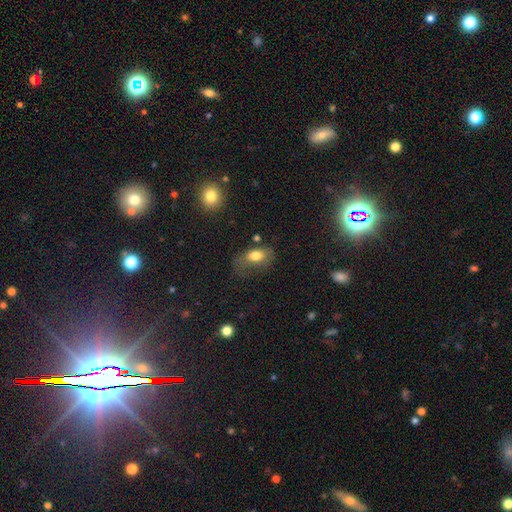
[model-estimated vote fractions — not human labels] The model was most divided on "merging": none: 39%, major disturbance: 29%, minor disturbance: 28%, merger: 4%. More confident: how rounded — in between (86%); smooth or featured — smooth (75%).